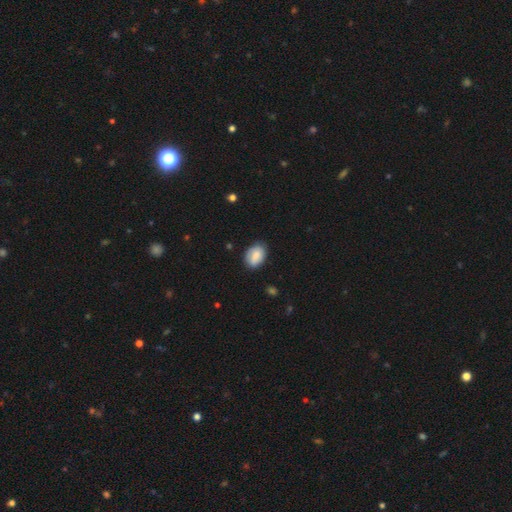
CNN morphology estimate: smooth_or_featured: smooth (p=0.79) [alt: featured or disk p=0.14]
how_rounded: in between (p=0.79) [alt: round p=0.19]
merging: none (p=0.73) [alt: minor disturbance p=0.22]